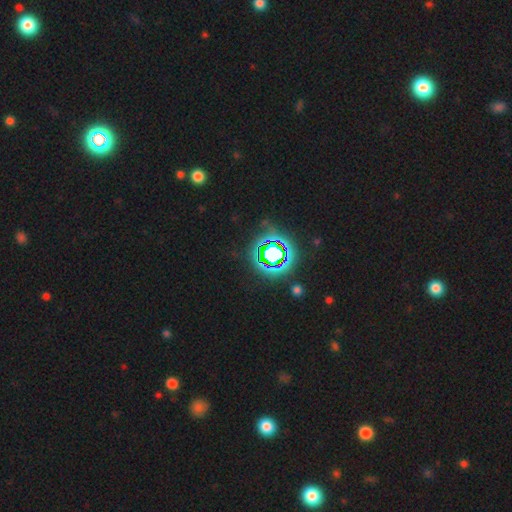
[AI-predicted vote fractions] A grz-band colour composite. It shows a star or artifact, not a galaxy (79%).